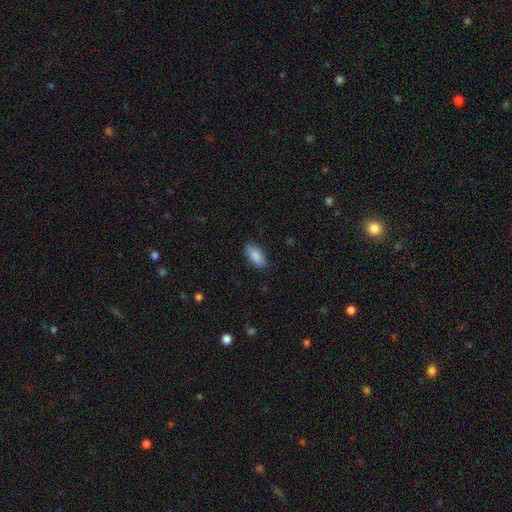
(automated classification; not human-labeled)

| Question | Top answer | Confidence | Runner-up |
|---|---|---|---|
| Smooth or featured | smooth | 87% | featured or disk (7%) |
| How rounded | in between | 85% | cigar-shaped (13%) |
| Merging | none | 86% | minor disturbance (11%) |